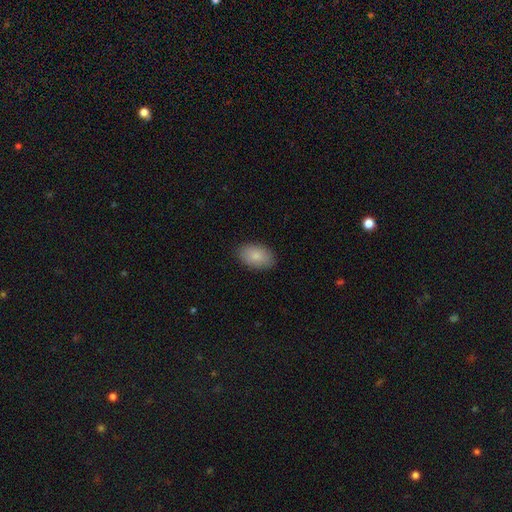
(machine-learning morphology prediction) Smooth or featured: smooth — 86% (featured or disk — 7%)
How rounded: in between — 92% (round — 6%)
Merging: none — 87% (minor disturbance — 10%)